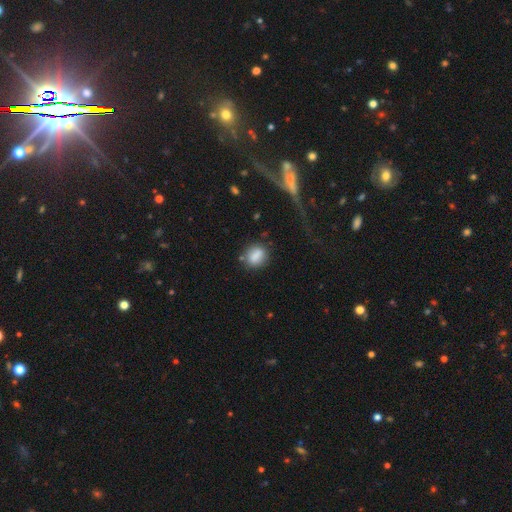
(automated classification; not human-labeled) Morphology: type=smooth (84%); roundness=in between (53%); merging=none (73%).